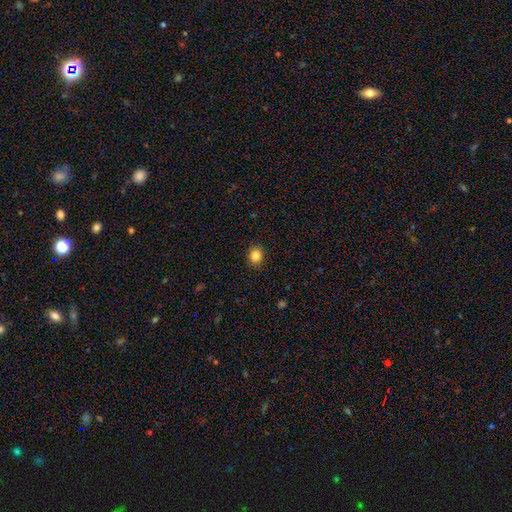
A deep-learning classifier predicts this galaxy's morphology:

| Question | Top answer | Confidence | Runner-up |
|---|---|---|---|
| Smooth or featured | smooth | 85% | star or artifact (10%) |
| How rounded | round | 67% | in between (32%) |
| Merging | none | 90% | minor disturbance (7%) |